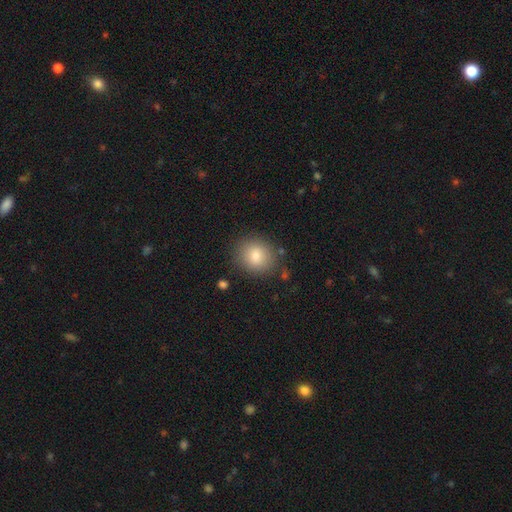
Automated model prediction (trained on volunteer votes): This is clearly a smooth galaxy (81%). How rounded: likely round (75%). Merging: clearly none (82%).